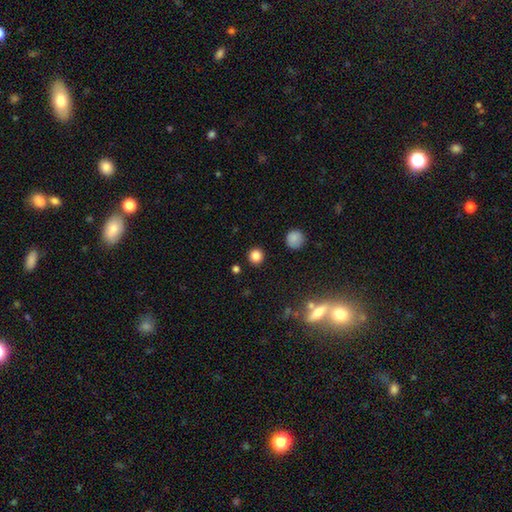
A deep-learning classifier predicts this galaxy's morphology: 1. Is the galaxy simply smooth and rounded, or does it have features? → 83% smooth, 13% star or artifact, 4% featured or disk.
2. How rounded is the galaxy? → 94% round, 5% in between, 1% cigar-shaped.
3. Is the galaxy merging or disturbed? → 91% none, 5% minor disturbance, 2% major disturbance, 2% merger.